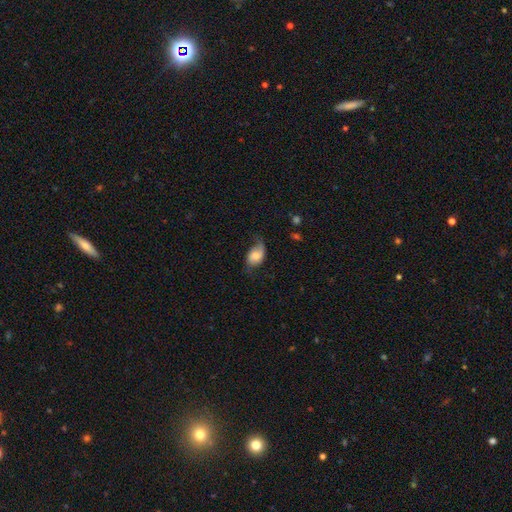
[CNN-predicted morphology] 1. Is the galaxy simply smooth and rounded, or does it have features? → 61% smooth, 31% featured or disk, 8% star or artifact.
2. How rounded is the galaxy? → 86% in between, 12% round, 2% cigar-shaped.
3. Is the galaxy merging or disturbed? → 46% none, 36% minor disturbance, 17% major disturbance, 2% merger.